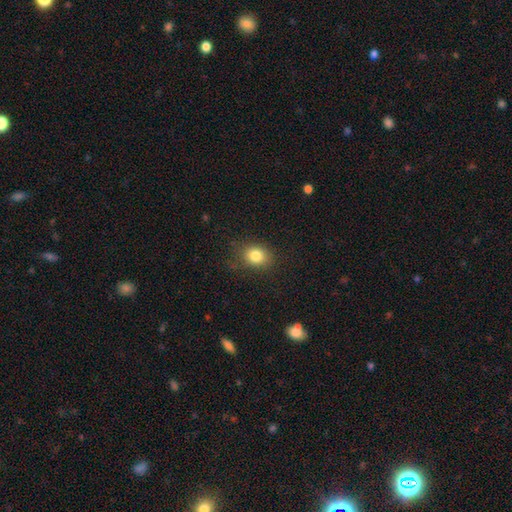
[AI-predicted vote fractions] This is clearly a smooth galaxy (82%). How rounded: possibly round (57%). Merging: clearly none (82%).